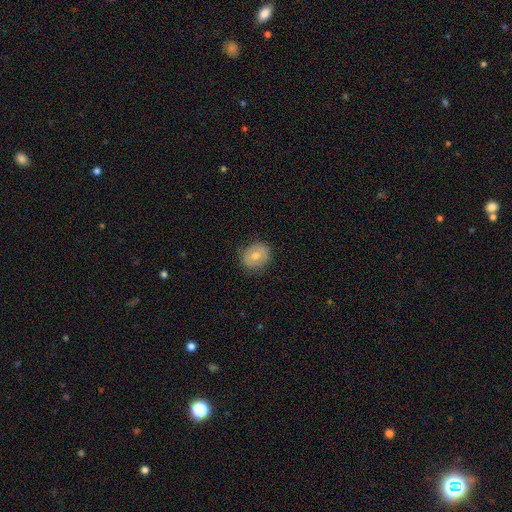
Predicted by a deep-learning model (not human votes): smooth_or_featured: smooth (p=0.72) [alt: featured or disk p=0.20]
how_rounded: round (p=0.69) [alt: in between p=0.30]
merging: none (p=0.84) [alt: minor disturbance p=0.12]